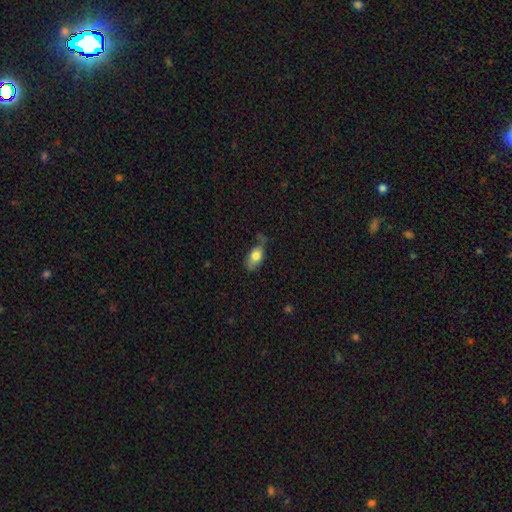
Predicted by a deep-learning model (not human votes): Smooth or featured? smooth (77%)
How rounded? in between (86%)
Merging? none (44%)